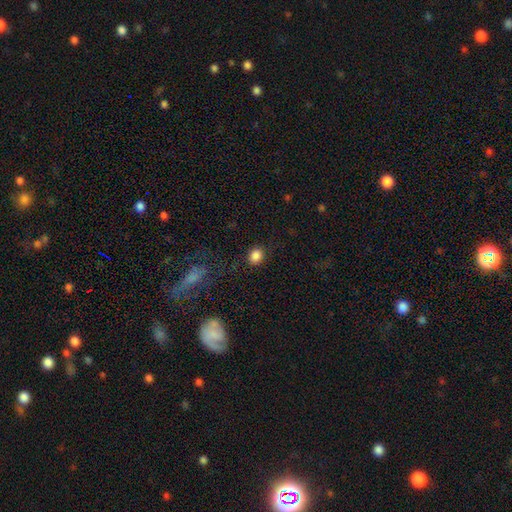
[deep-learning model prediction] The model was most divided on "how rounded": round: 63%, in between: 36%, cigar-shaped: 1%. More confident: smooth or featured — smooth (85%); merging — none (85%).